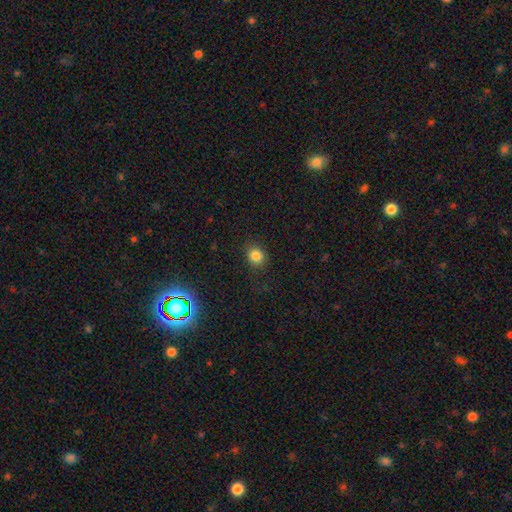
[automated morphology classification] Smooth or featured?
  - smooth: 83% *
  - star or artifact: 12%
  - featured or disk: 5%
How rounded?
  - round: 68% *
  - in between: 31%
  - cigar-shaped: 1%
Merging?
  - none: 84% *
  - minor disturbance: 11%
  - major disturbance: 4%
  - merger: 1%